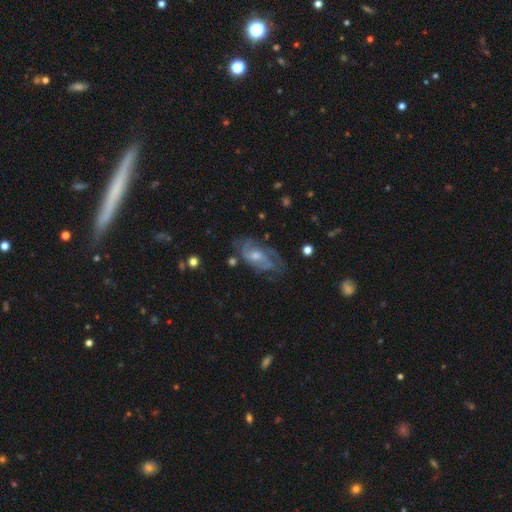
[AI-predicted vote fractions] The model was most divided on "spiral winding": medium: 44%, tight: 41%, loose: 15%. Remaining: edge-on disk — no (94%); spiral arms — yes (91%); smooth or featured — featured or disk (80%); merging — none (63%); bar — no (59%); bulge size — moderate (55%); spiral arm count — 2 (38%).